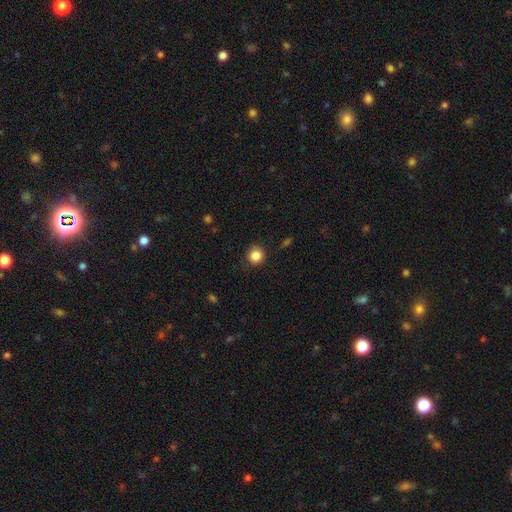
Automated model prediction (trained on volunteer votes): Morphology: type=smooth (84%); roundness=round (90%); merging=none (85%).